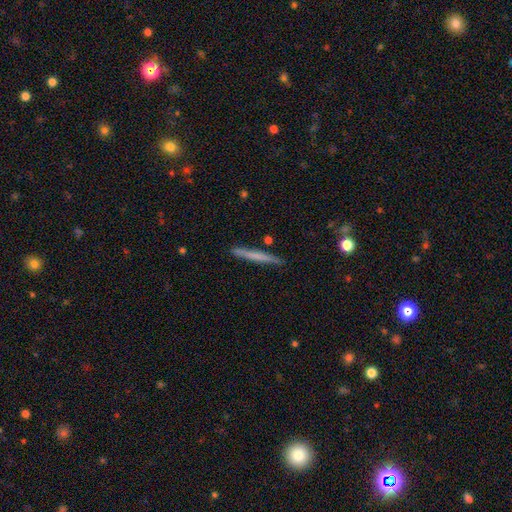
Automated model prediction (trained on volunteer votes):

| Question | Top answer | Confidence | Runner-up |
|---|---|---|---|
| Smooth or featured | smooth | 58% | featured or disk (36%) |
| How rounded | cigar-shaped | 97% | in between (2%) |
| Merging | none | 89% | minor disturbance (8%) |